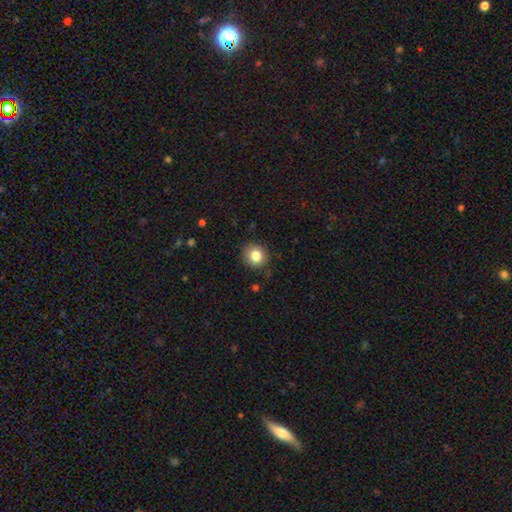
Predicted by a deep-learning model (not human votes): Morphology: type=smooth (83%); roundness=round (84%); merging=none (88%).